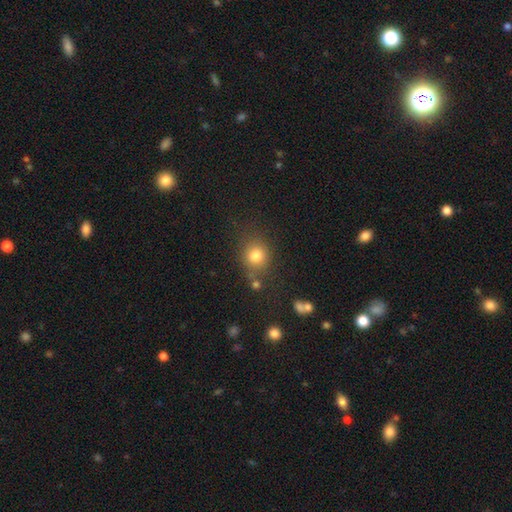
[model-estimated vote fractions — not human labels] A smooth galaxy with no disk features (80%) that is round (79%).

Vote fractions:
- Smooth or featured? smooth: 80% / star or artifact: 12% / featured or disk: 8%
- How rounded? round: 79% / in between: 20% / cigar-shaped: 1%
- Merging? none: 73% / minor disturbance: 14% / merger: 8% / major disturbance: 5%